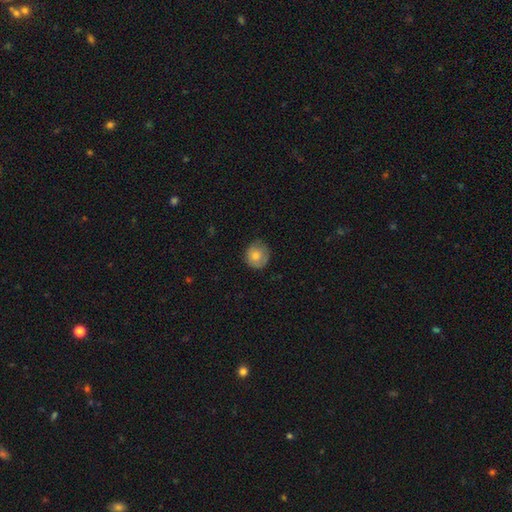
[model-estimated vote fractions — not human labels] smooth 77%, featured or disk 16%, star or artifact 7%. Down the decision tree: how rounded — round (90%); merging — none (73%).